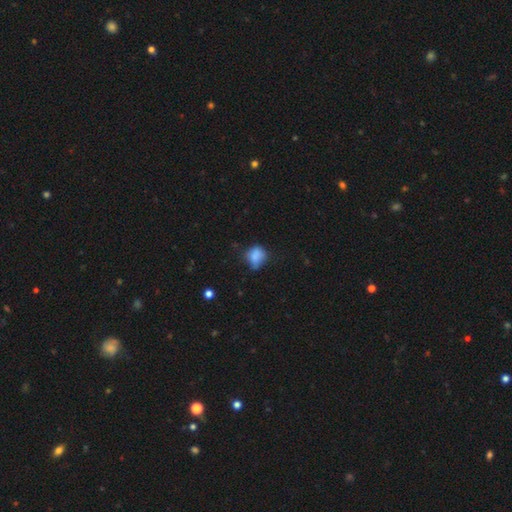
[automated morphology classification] The model was most divided on "merging": none: 45%, minor disturbance: 37%, major disturbance: 13%, merger: 4%. More confident: smooth or featured — smooth (78%); how rounded — round (57%).